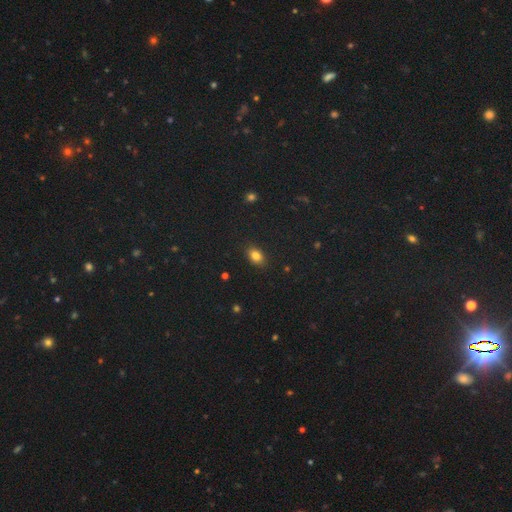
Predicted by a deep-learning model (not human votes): Smooth or featured? smooth (83%)
How rounded? in between (81%)
Merging? none (87%)